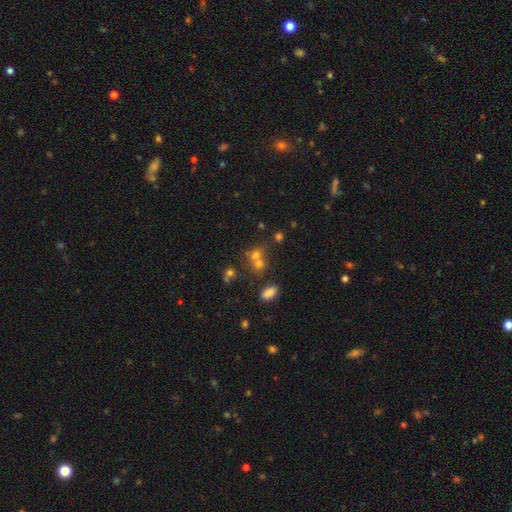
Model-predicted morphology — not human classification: A smooth galaxy with no disk features (58%) that is round (70%).

Vote fractions:
- Smooth or featured? smooth: 58% / star or artifact: 27% / featured or disk: 16%
- How rounded? round: 70% / in between: 28% / cigar-shaped: 2%
- Merging? merger: 45% / none: 42% / minor disturbance: 8% / major disturbance: 5%